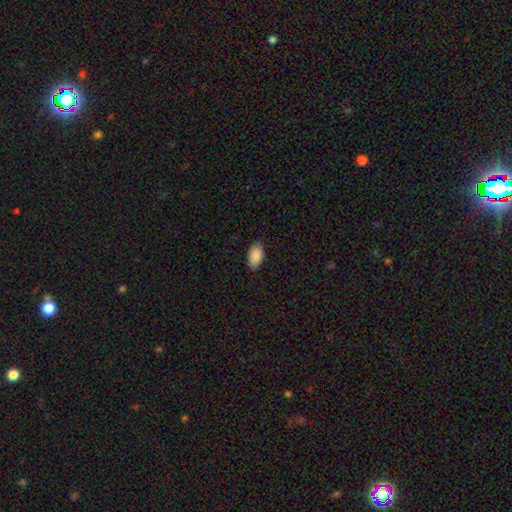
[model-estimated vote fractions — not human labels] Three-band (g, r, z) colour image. It shows a smooth galaxy with no disk features (90%) that is in between round and cigar-shaped (95%). Merging: none (82%).